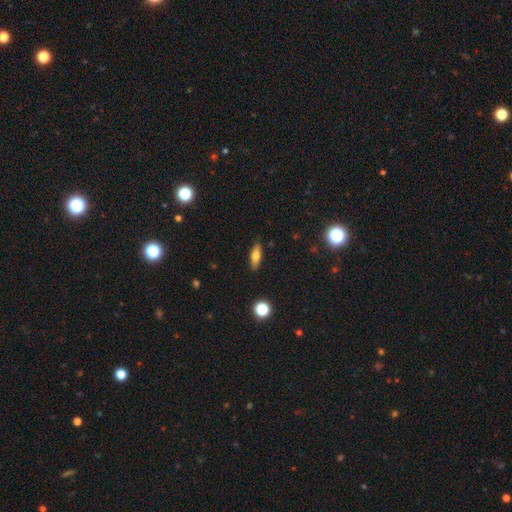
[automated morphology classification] This is likely a smooth galaxy (67%). How rounded: possibly in between (56%). Merging: clearly none (87%).